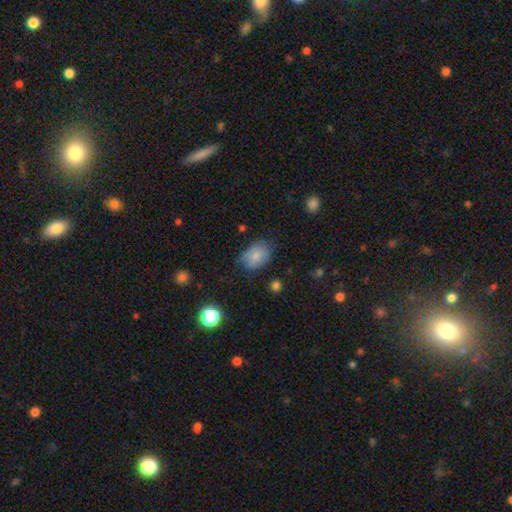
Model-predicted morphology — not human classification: smooth 79%, featured or disk 12%, star or artifact 9%. Down the decision tree: how rounded — in between (73%); merging — none (64%).